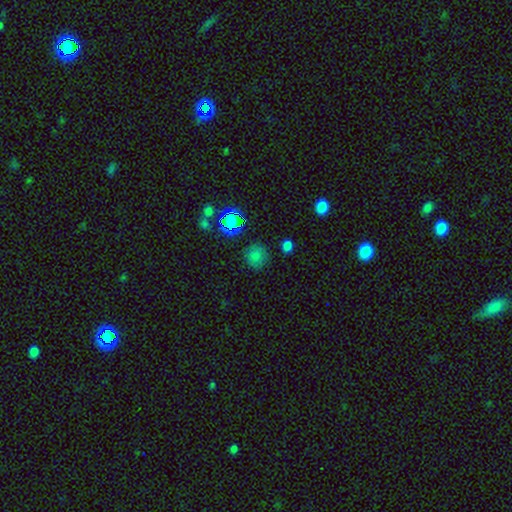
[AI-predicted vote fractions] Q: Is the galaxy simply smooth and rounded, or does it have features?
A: smooth — 72%.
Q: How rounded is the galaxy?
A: round — 89%.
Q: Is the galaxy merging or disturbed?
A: none — 82%.